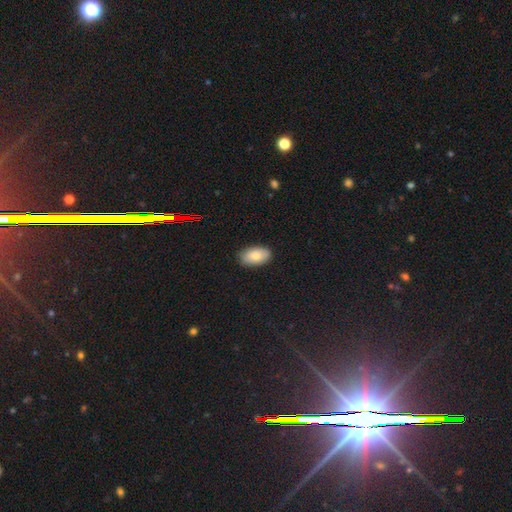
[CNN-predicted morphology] This is clearly a smooth galaxy (82%). How rounded: clearly in between (94%). Merging: clearly none (86%).